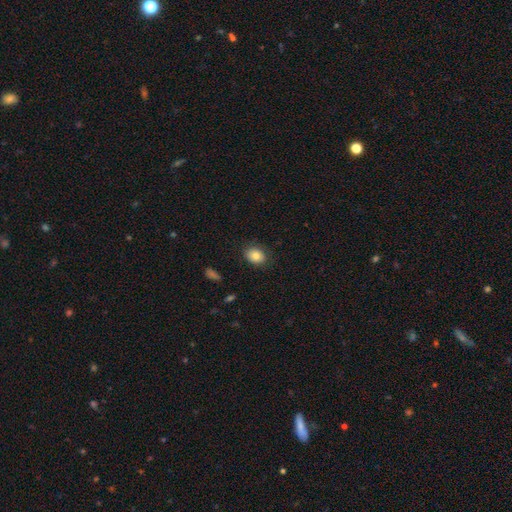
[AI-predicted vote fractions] smooth 81%, featured or disk 10%, star or artifact 9%. Down the decision tree: how rounded — in between (59%); merging — none (83%).